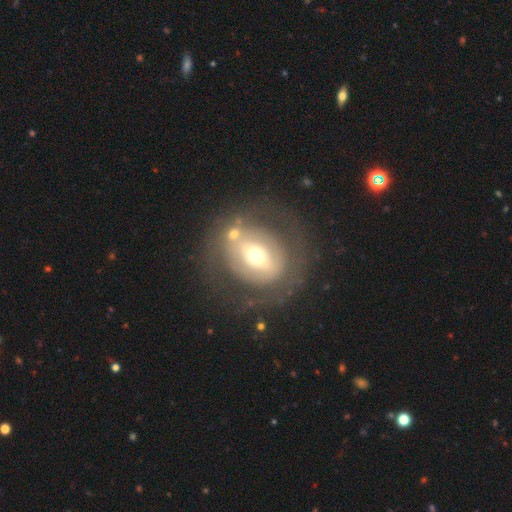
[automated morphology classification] Q: Smooth or featured?
A: featured or disk (59%); runner-up: smooth (33%)
Q: Edge-on disk?
A: no (93%); runner-up: yes (7%)
Q: Bar?
A: no (35%); runner-up: strong (34%)
Q: Spiral arms?
A: no (75%); runner-up: yes (25%)
Q: Bulge size?
A: moderate (62%); runner-up: small (23%)
Q: Merging?
A: none (67%); runner-up: minor disturbance (15%)